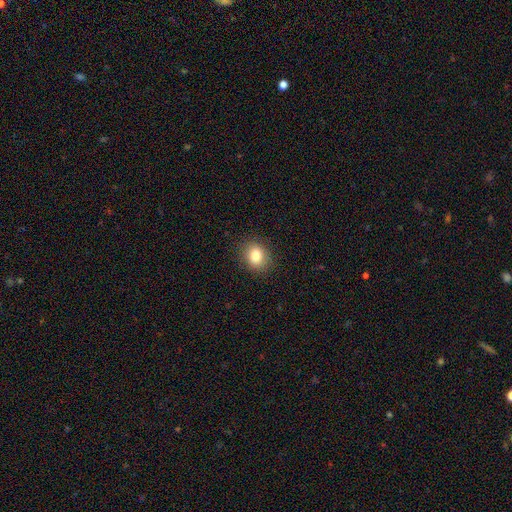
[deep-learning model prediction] Q: Smooth or featured?
A: smooth (83%); runner-up: star or artifact (10%)
Q: How rounded?
A: round (56%); runner-up: in between (43%)
Q: Merging?
A: none (87%); runner-up: minor disturbance (9%)